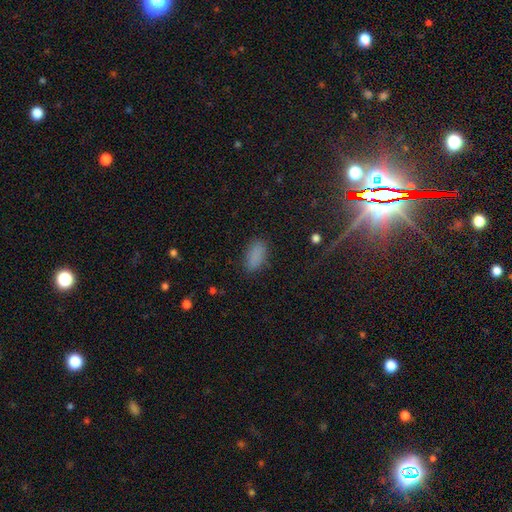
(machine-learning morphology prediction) Smooth or featured?
  - smooth: 83% *
  - star or artifact: 12%
  - featured or disk: 5%
How rounded?
  - in between: 91% *
  - cigar-shaped: 6%
  - round: 4%
Merging?
  - none: 82% *
  - minor disturbance: 12%
  - major disturbance: 4%
  - merger: 1%